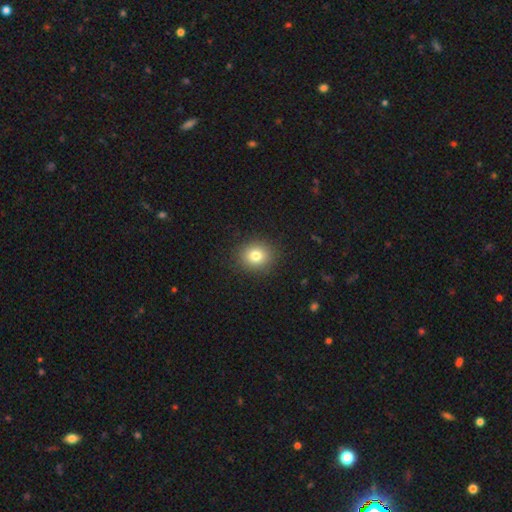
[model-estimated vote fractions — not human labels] Smooth or featured?
  - smooth: 80% *
  - star or artifact: 12%
  - featured or disk: 8%
How rounded?
  - round: 79% *
  - in between: 20%
  - cigar-shaped: 1%
Merging?
  - none: 90% *
  - minor disturbance: 7%
  - major disturbance: 2%
  - merger: 1%